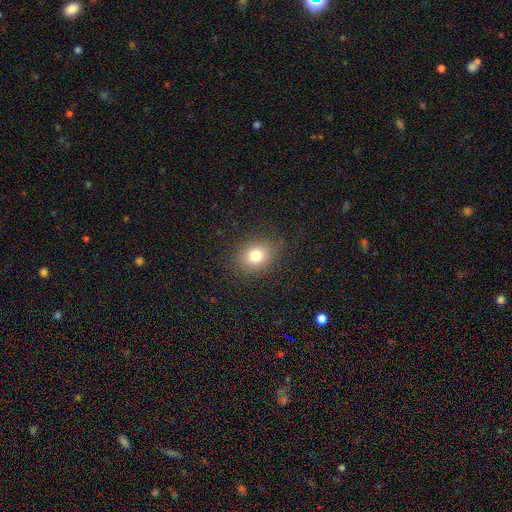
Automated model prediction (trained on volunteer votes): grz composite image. It shows a smooth galaxy with no disk features (78%) that is round (57%). Merging: none (86%).